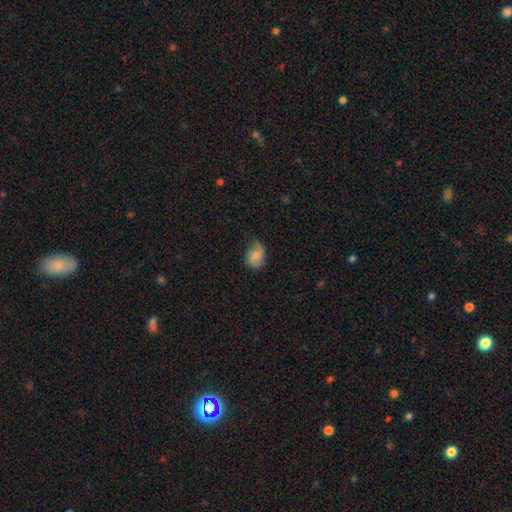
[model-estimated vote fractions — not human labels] A smooth galaxy with no disk features (56%) that is in between round and cigar-shaped (60%). Merging: none (56%).